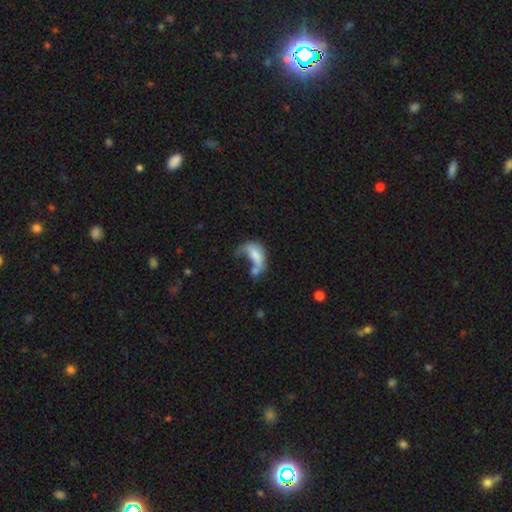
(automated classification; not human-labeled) Overall: smooth (58%; featured or disk 32%). How rounded: in between (82%). Merging: major disturbance (41%; merger 32%).